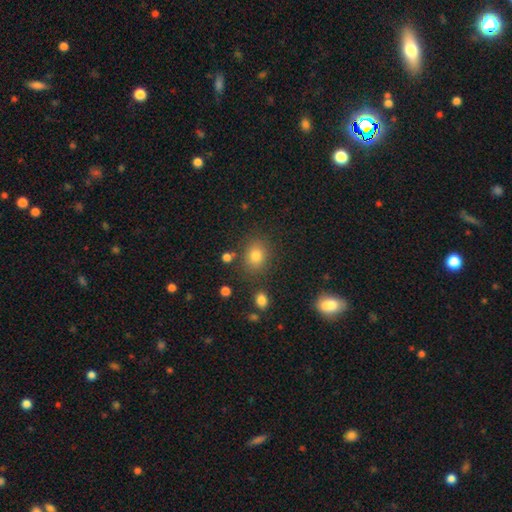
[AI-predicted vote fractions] A smooth galaxy with no disk features (80%) that is round (52%). Merging: none (82%).